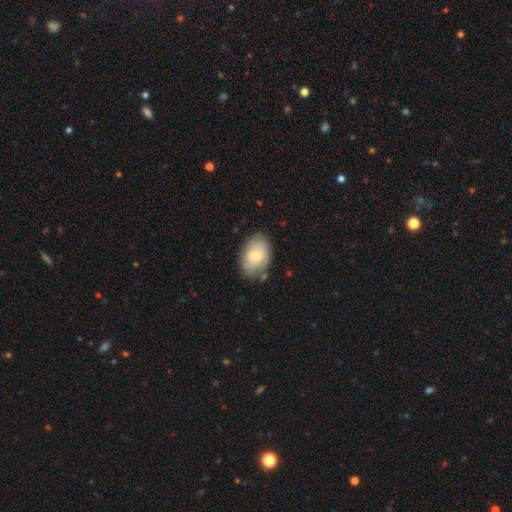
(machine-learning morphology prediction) smooth_or_featured: smooth (p=0.52) [alt: featured or disk p=0.41]
how_rounded: in between (p=0.83) [alt: round p=0.16]
merging: none (p=0.71) [alt: minor disturbance p=0.22]